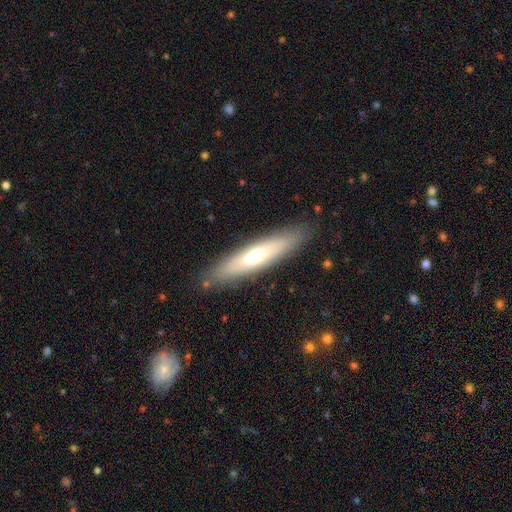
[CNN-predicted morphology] type=smooth (49%); merging=none (87%).